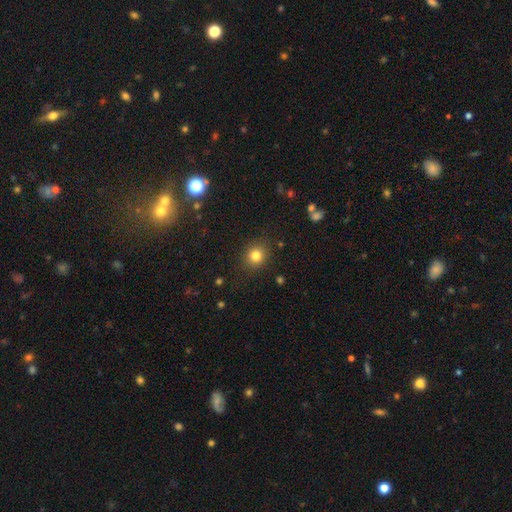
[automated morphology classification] Smooth or featured: smooth — 81% (star or artifact — 13%)
How rounded: round — 82% (in between — 17%)
Merging: none — 87% (minor disturbance — 8%)